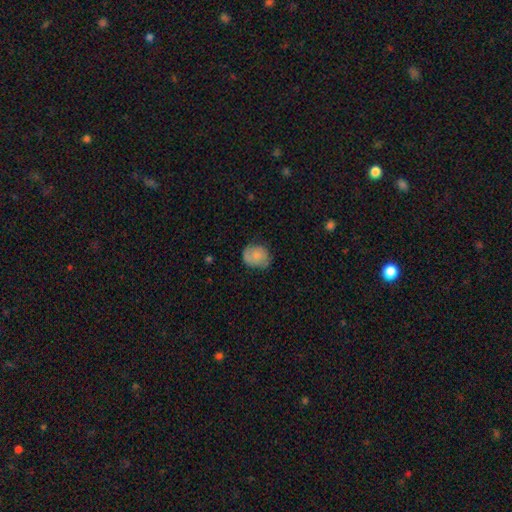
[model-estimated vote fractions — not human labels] The model was most divided on "how rounded": round: 57%, in between: 42%, cigar-shaped: 1%. More confident: smooth or featured — smooth (72%); merging — none (63%).